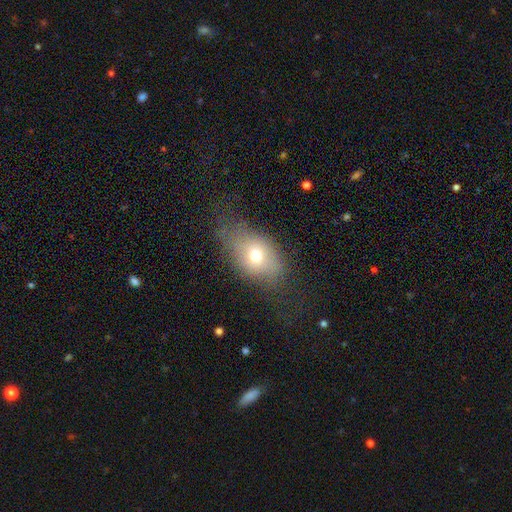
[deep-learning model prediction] smooth-or-featured: smooth: 68% | featured or disk: 20% | star or artifact: 12%
  how-rounded: in between: 77% | round: 20% | cigar-shaped: 2%
  merging: none: 50% | minor disturbance: 28% | major disturbance: 20% | merger: 2%